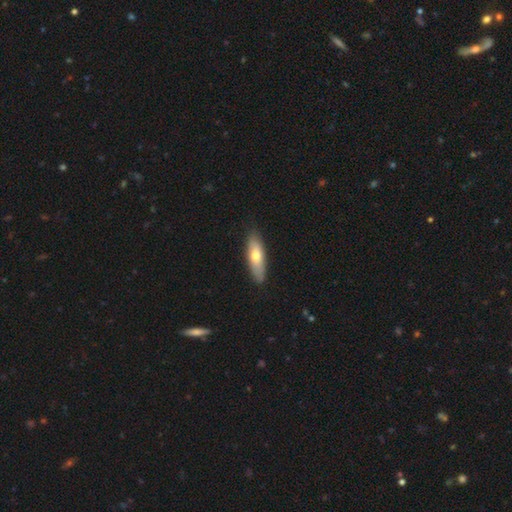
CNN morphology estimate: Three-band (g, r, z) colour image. It shows a smooth galaxy with no disk features (63%) that is in between round and cigar-shaped (55%). Merging: none (84%).